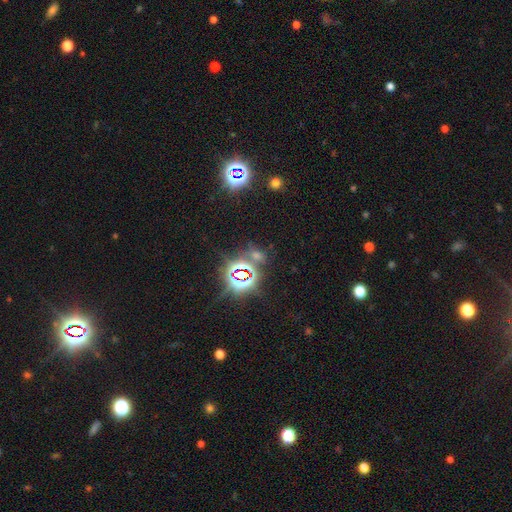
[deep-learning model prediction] star or artifact 74%, smooth 18%, featured or disk 8%.